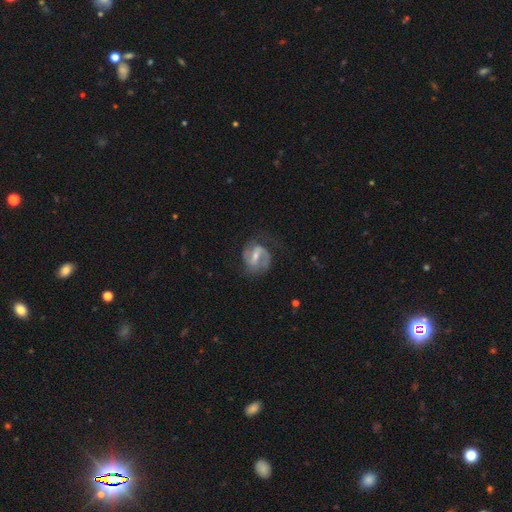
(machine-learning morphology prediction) type=featured or disk (82%); edge-on=no (97%); bar=weak (46%); spiral arms=yes (93%); winding=medium (50%); arm count=2 (80%); bulge=small (49%); merging=none (62%).